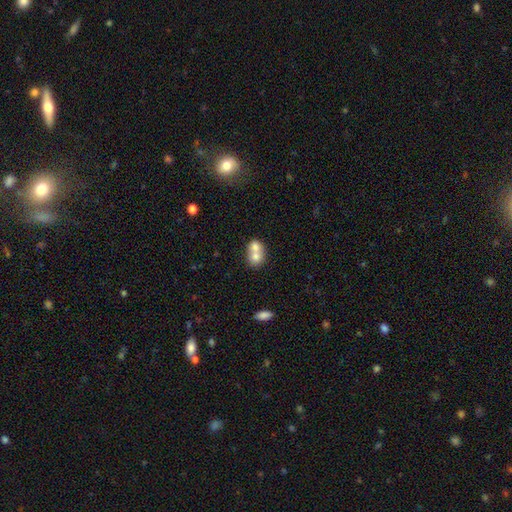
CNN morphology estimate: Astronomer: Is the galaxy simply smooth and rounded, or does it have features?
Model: smooth — 69%.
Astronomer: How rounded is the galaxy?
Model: round — 57% (runner-up: in between, 42%).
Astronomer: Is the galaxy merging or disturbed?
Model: merger — 73%.